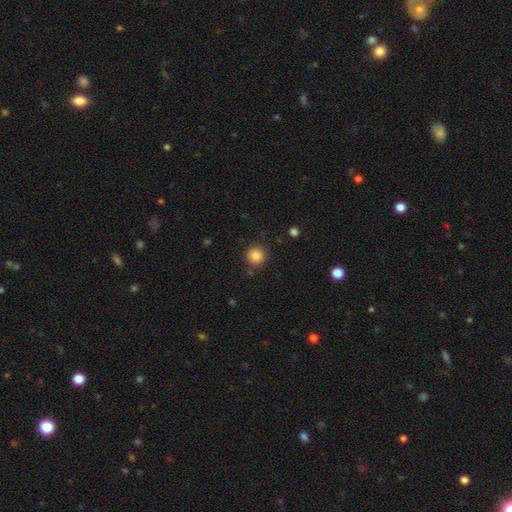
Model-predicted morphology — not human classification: Q: Smooth or featured?
A: smooth (86%); runner-up: star or artifact (11%)
Q: How rounded?
A: round (93%); runner-up: in between (6%)
Q: Merging?
A: none (87%); runner-up: minor disturbance (8%)